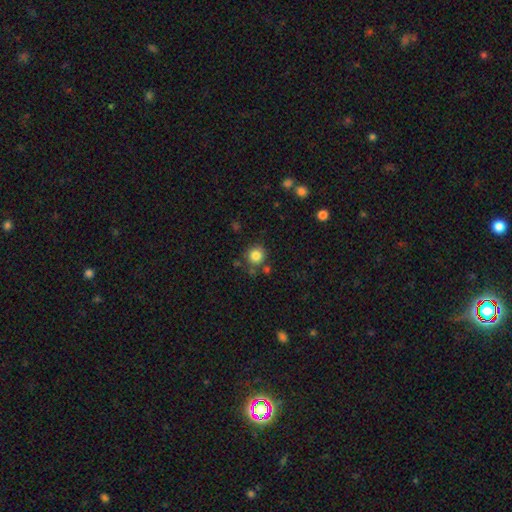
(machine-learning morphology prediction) smooth 84%, star or artifact 11%, featured or disk 6%. Down the decision tree: how rounded — round (91%); merging — none (78%).